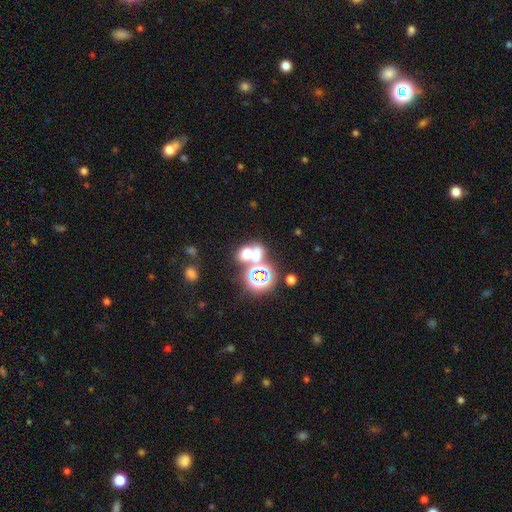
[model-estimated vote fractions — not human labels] smooth 48%, star or artifact 38%, featured or disk 15%. Down the decision tree: merging — none (44%).